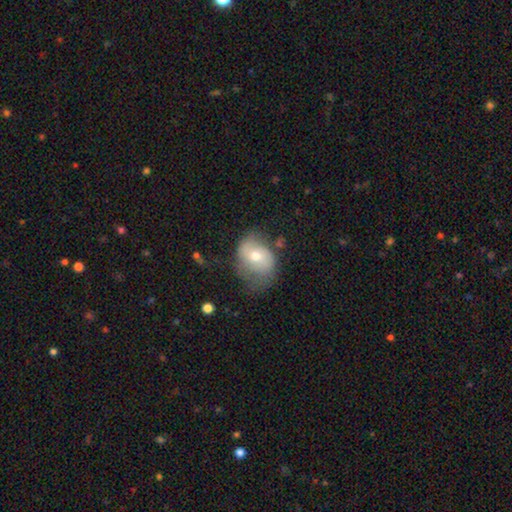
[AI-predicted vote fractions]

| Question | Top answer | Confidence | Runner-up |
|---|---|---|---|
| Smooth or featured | smooth | 51% | featured or disk (40%) |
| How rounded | in between | 56% | round (43%) |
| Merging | none | 38% | minor disturbance (34%) |